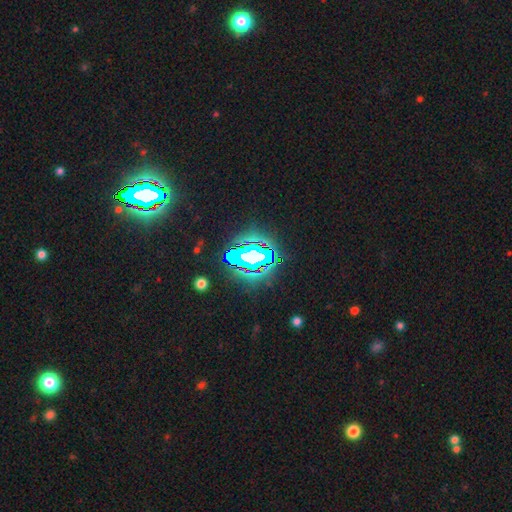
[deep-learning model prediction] Smooth or featured?
  - star or artifact: 69% *
  - featured or disk: 16%
  - smooth: 14%